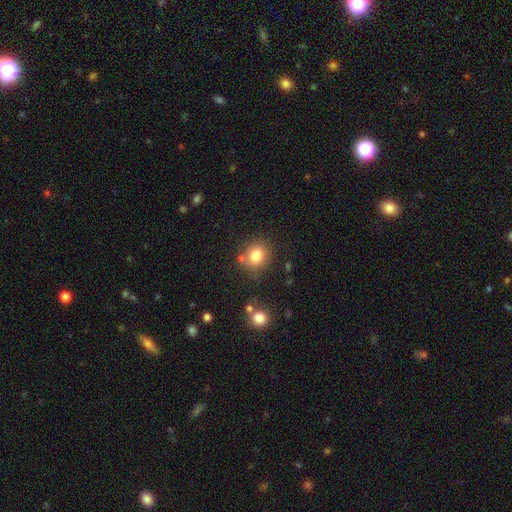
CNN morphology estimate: This is clearly a smooth galaxy (80%). How rounded: clearly round (82%). Merging: likely none (76%).